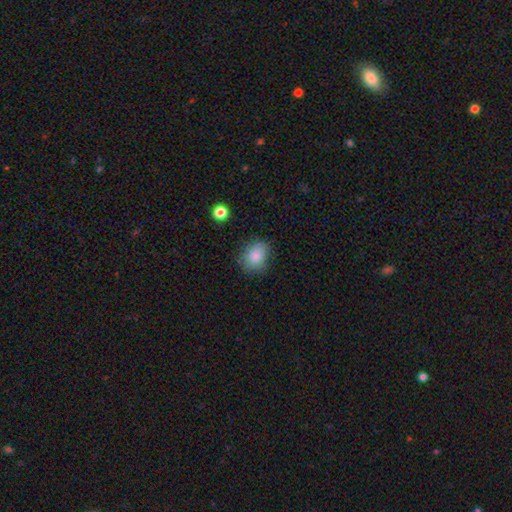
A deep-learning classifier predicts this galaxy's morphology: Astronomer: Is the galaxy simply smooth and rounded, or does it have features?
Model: smooth — 83%.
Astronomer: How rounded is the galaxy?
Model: round — 52% (runner-up: in between, 47%).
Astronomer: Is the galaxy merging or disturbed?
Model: none — 72%.